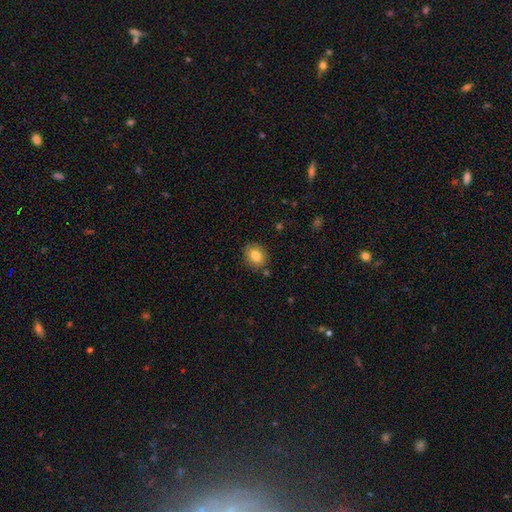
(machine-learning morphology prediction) smooth 82%, featured or disk 9%, star or artifact 9%. Down the decision tree: how rounded — round (50%); merging — none (83%).